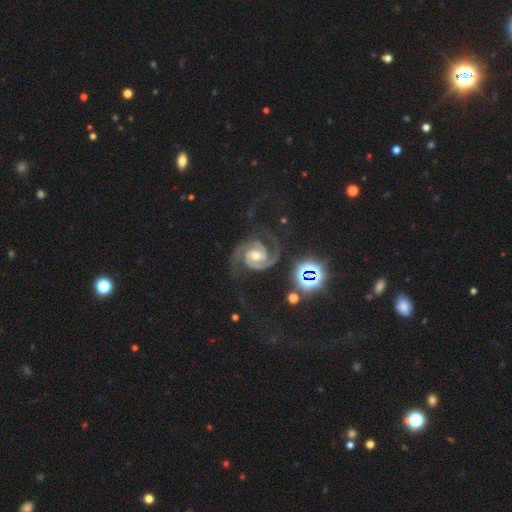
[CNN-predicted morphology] Q: Smooth or featured?
A: featured or disk (90%); runner-up: star or artifact (7%)
Q: Edge-on disk?
A: no (98%); runner-up: yes (2%)
Q: Bar?
A: no (44%); runner-up: weak (37%)
Q: Spiral arms?
A: yes (99%); runner-up: no (1%)
Q: Spiral winding?
A: tight (48%); runner-up: medium (45%)
Q: Spiral arm count?
A: 2 (88%); runner-up: 3 (5%)
Q: Bulge size?
A: moderate (65%); runner-up: small (30%)
Q: Merging?
A: none (68%); runner-up: minor disturbance (17%)